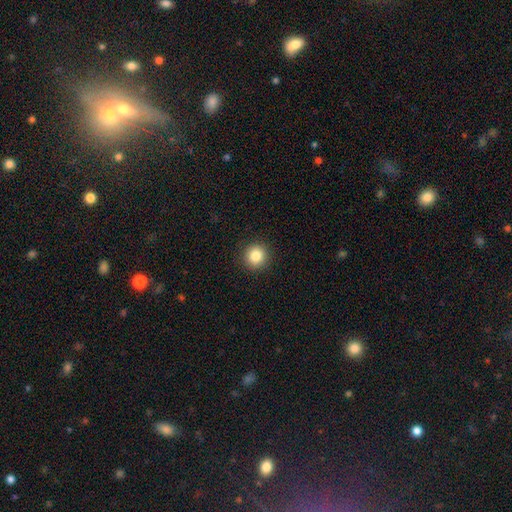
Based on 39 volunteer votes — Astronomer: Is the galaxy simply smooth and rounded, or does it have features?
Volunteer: smooth — 90%.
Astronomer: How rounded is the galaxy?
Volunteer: round — 91%.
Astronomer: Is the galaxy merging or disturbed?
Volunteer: none — 100%.